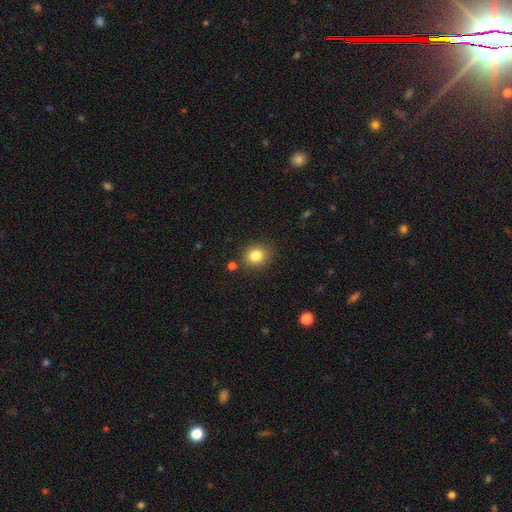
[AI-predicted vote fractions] Overall: smooth (82%). How rounded: round (71%). Merging: none (84%).